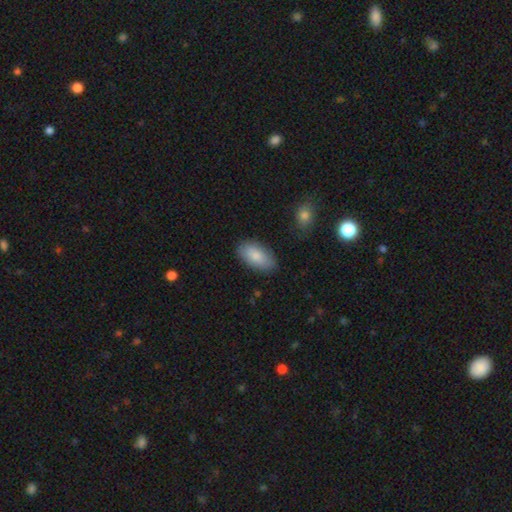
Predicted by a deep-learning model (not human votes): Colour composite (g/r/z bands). It shows a smooth galaxy with no disk features (85%) that is in between round and cigar-shaped (94%). Merging: none (82%).